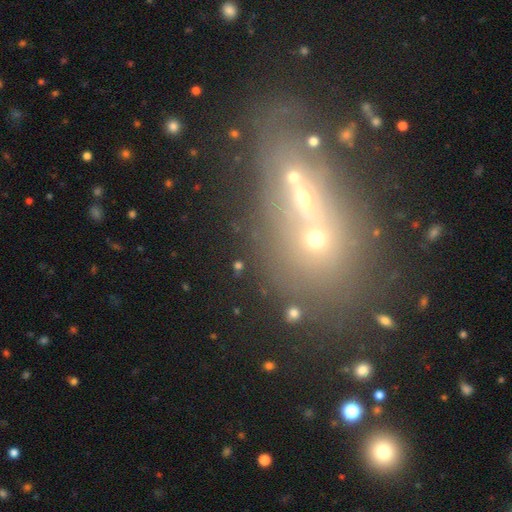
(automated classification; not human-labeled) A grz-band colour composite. It shows a star or artifact, not a galaxy (39%).